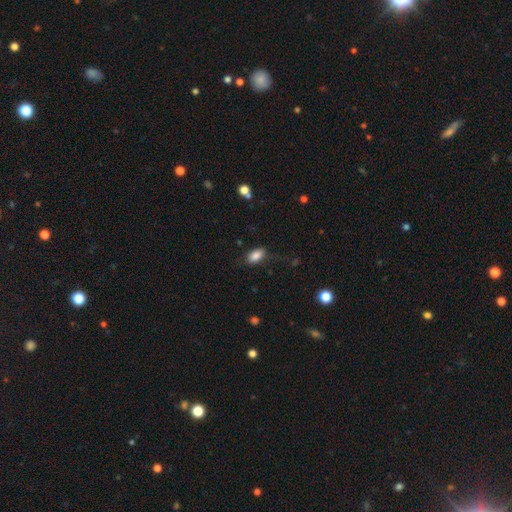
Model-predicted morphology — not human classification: Smooth or featured: smooth — 85% (star or artifact — 8%)
How rounded: in between — 90% (round — 6%)
Merging: none — 76% (minor disturbance — 17%)